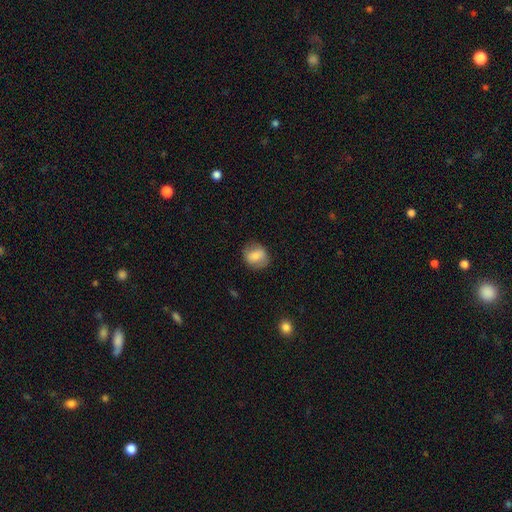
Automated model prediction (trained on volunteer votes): Overall: smooth (72%). How rounded: round (59%; in between 39%). Merging: none (78%).